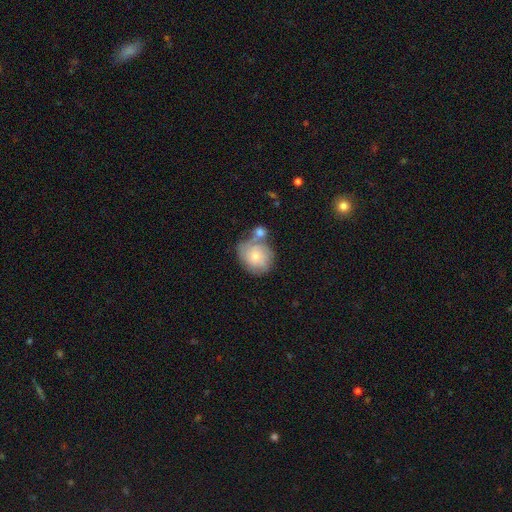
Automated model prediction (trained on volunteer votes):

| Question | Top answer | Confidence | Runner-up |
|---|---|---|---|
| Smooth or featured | featured or disk | 47% | smooth (46%) |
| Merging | none | 43% | merger (29%) |